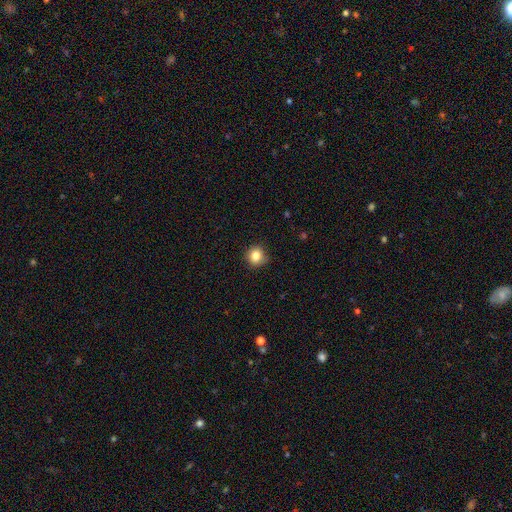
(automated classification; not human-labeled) smooth_or_featured: smooth (p=0.84) [alt: star or artifact p=0.11]
how_rounded: round (p=0.89) [alt: in between p=0.10]
merging: none (p=0.86) [alt: minor disturbance p=0.11]